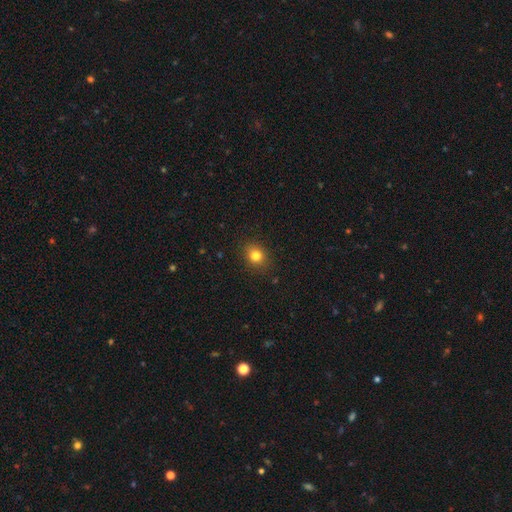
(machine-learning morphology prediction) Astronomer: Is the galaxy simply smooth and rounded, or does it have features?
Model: smooth — 82%.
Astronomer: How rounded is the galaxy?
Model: round — 64%.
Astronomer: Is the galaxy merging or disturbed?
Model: none — 88%.